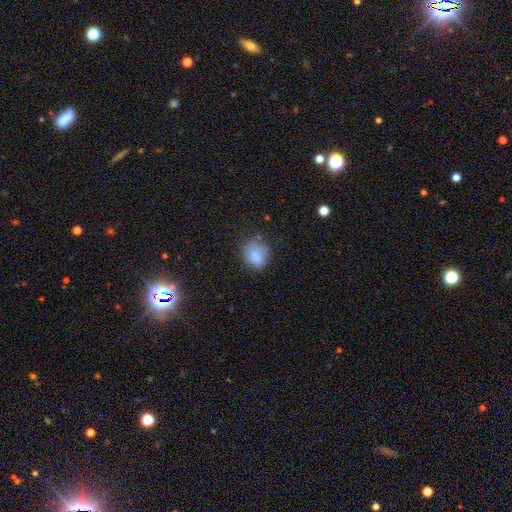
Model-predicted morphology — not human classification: smooth 83%, star or artifact 9%, featured or disk 8%. Down the decision tree: how rounded — round (55%); merging — none (65%).